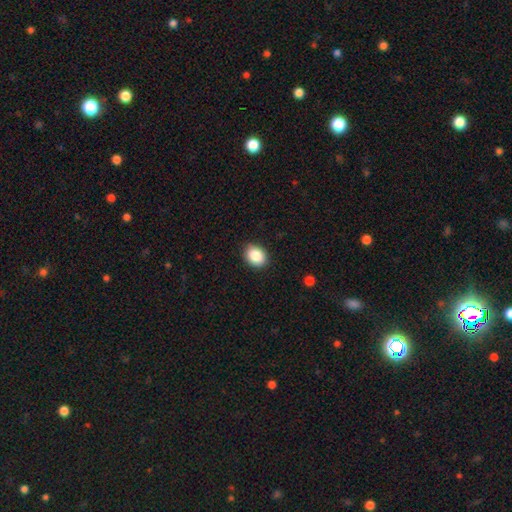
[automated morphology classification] smooth_or_featured: smooth (p=0.87) [alt: star or artifact p=0.08]
how_rounded: in between (p=0.58) [alt: round p=0.41]
merging: none (p=0.89) [alt: minor disturbance p=0.08]